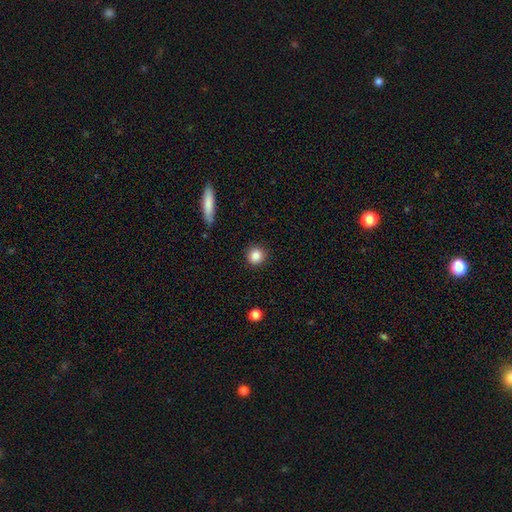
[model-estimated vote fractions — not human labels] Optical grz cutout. It shows a smooth galaxy with no disk features (85%) that is round (93%). Merging: none (90%).